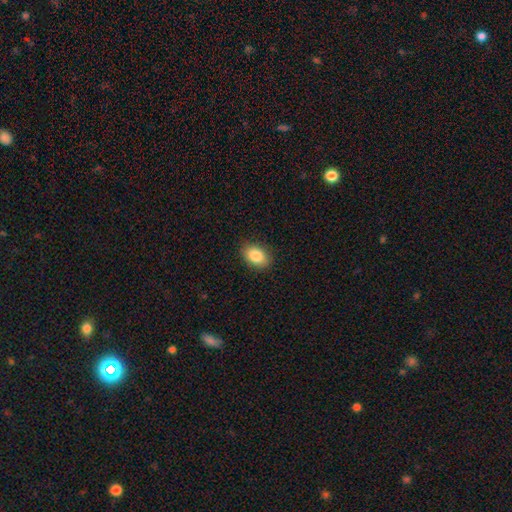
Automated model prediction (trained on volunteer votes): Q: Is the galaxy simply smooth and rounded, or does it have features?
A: smooth — 86%.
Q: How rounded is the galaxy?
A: in between — 87%.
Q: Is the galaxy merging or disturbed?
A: none — 88%.